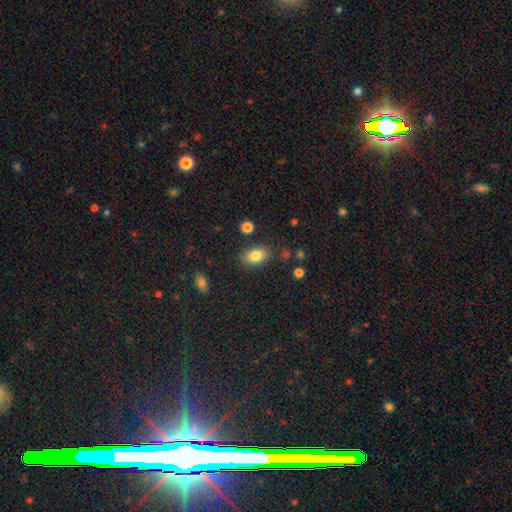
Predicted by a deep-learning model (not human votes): Smooth or featured? smooth (81%)
How rounded? in between (87%)
Merging? none (82%)